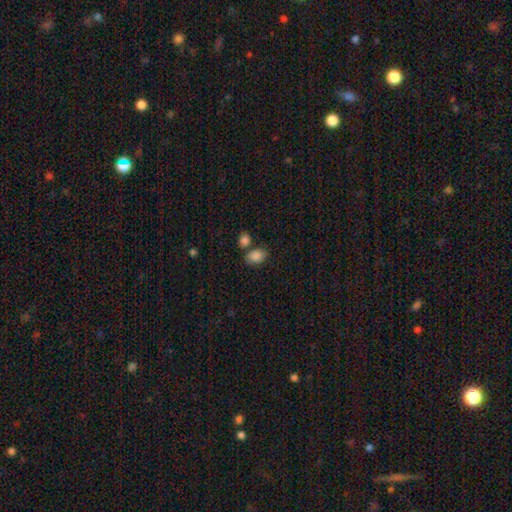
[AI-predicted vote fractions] Smooth or featured? smooth (86%)
How rounded? in between (78%)
Merging? none (62%)